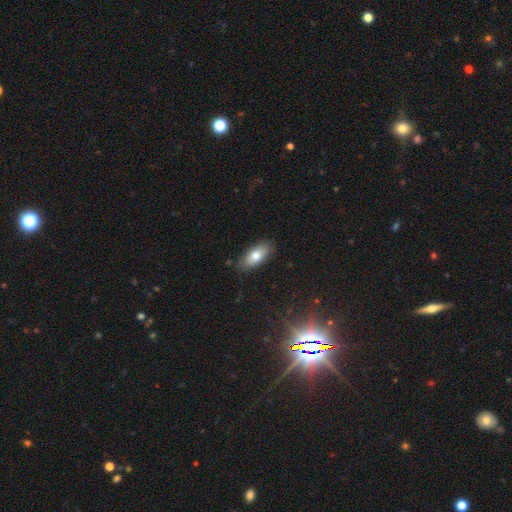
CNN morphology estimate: smooth_or_featured: smooth (p=0.77) [alt: featured or disk p=0.16]
how_rounded: in between (p=0.83) [alt: cigar-shaped p=0.14]
merging: none (p=0.84) [alt: minor disturbance p=0.12]